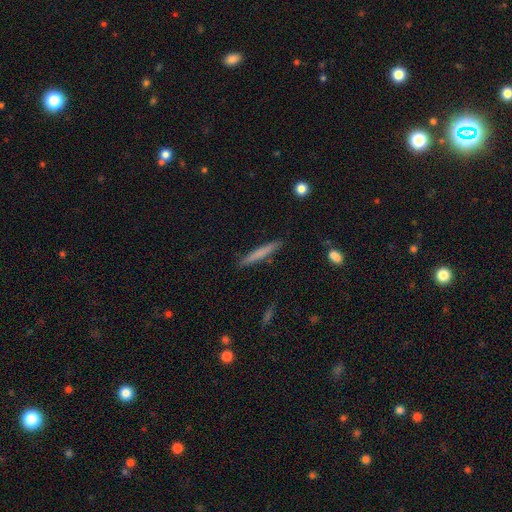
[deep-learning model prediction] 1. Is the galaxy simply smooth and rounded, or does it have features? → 54% smooth, 34% featured or disk, 13% star or artifact.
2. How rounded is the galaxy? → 93% cigar-shaped, 5% in between, 2% round.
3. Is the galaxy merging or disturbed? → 89% none, 8% minor disturbance, 2% major disturbance, 2% merger.